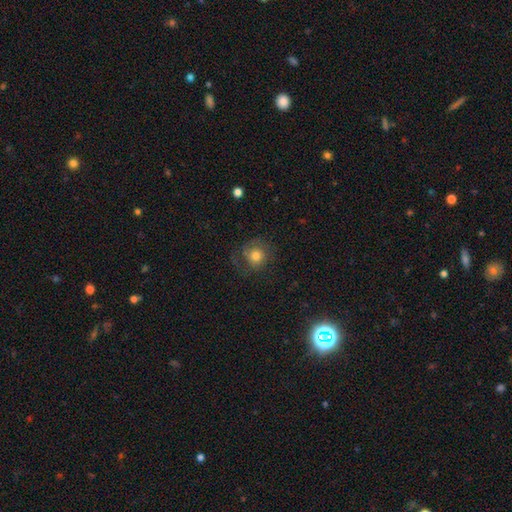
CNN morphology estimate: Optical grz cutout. It shows a smooth galaxy with no disk features (63%) that is round (85%). Merging: none (60%).